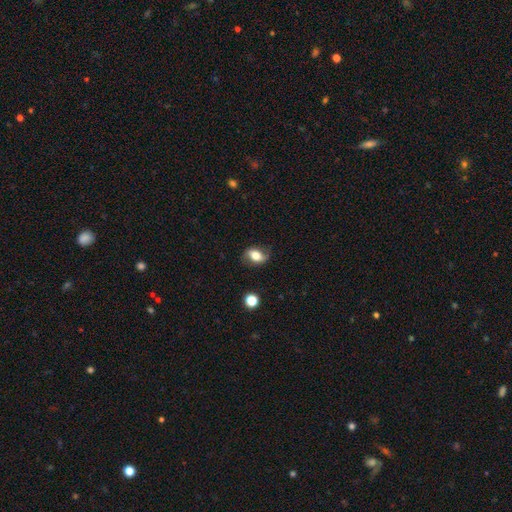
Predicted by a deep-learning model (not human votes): This is possibly a smooth galaxy (52%). How rounded: likely in between (75%). Merging: likely none (72%).